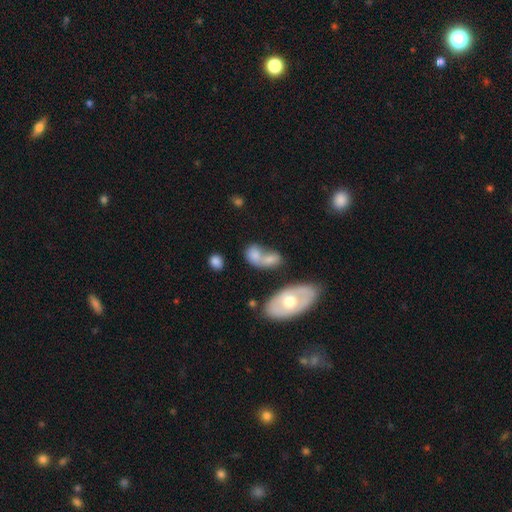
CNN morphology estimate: Q: Smooth or featured?
A: smooth (70%); runner-up: featured or disk (21%)
Q: How rounded?
A: in between (73%); runner-up: round (23%)
Q: Merging?
A: merger (61%); runner-up: none (23%)